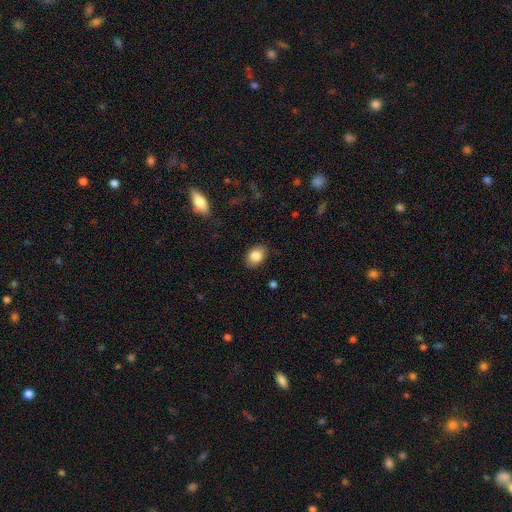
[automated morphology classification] The model was most divided on "how rounded": in between: 79%, round: 20%, cigar-shaped: 1%. More confident: merging — none (85%); smooth or featured — smooth (84%).